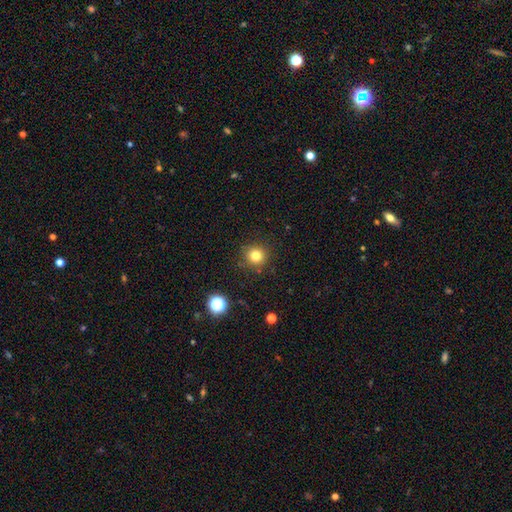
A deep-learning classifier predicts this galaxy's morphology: This appears to be a smooth galaxy with no disk features (79%) that is round (94%). Merging: none (88%).